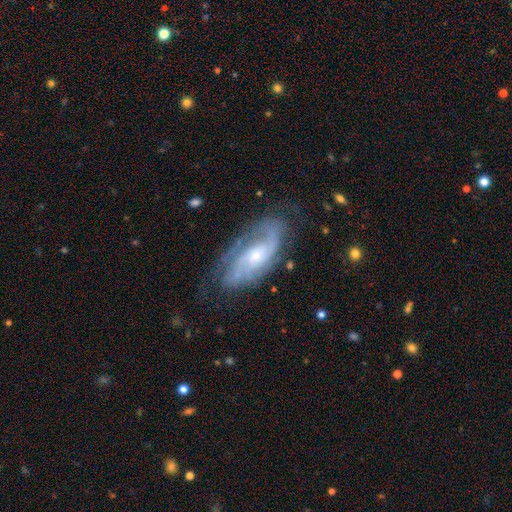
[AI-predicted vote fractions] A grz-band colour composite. It shows a featured or disk galaxy (83%) with no bar (64%), 2 (49%) tight (44%) spiral arms (95%) and a small central bulge (59%). Merging: none (67%).